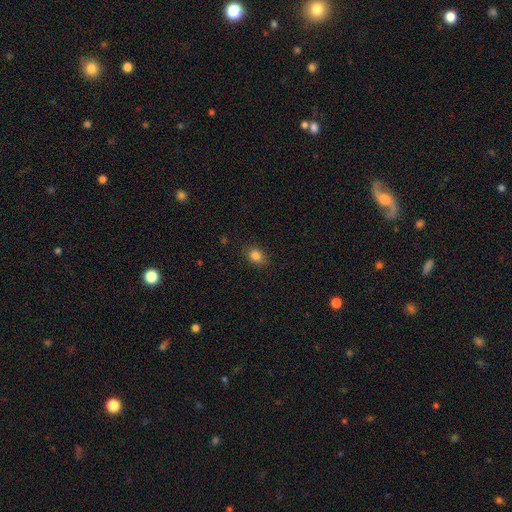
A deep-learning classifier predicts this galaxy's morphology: Q: Smooth or featured?
A: smooth (83%); runner-up: star or artifact (11%)
Q: How rounded?
A: in between (58%); runner-up: round (41%)
Q: Merging?
A: none (85%); runner-up: minor disturbance (11%)